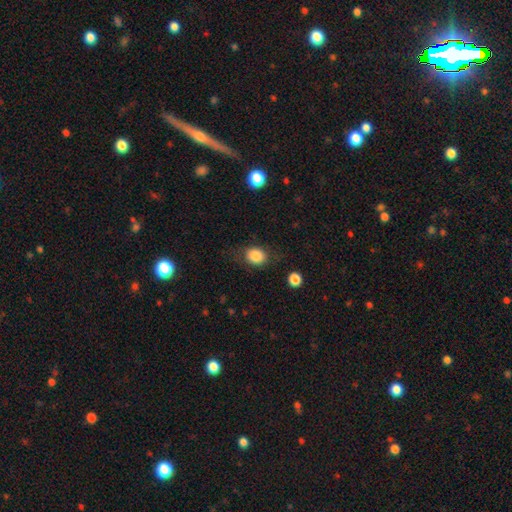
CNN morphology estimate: This is clearly a smooth galaxy (84%). How rounded: possibly round (56%). Merging: likely none (76%).